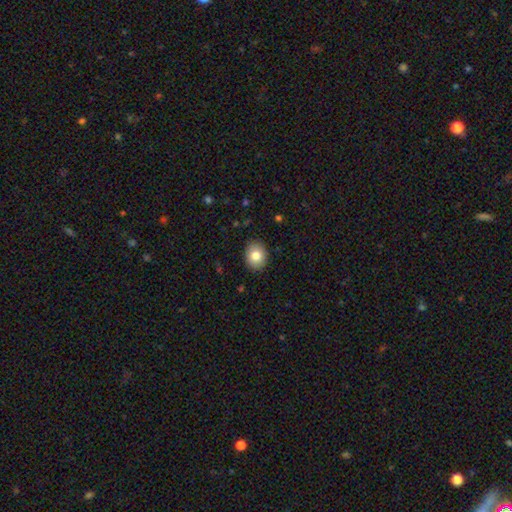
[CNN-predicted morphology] Smooth or featured? smooth (82%)
How rounded? in between (58%)
Merging? none (89%)